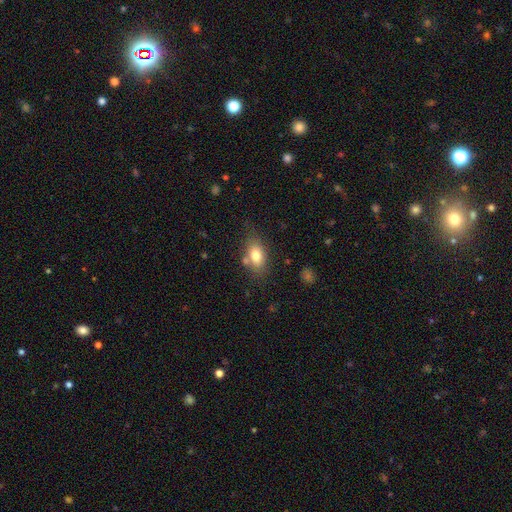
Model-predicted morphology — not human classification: A smooth galaxy with no disk features (77%) that is in between round and cigar-shaped (84%).

Vote fractions:
- Smooth or featured? smooth: 77% / featured or disk: 14% / star or artifact: 8%
- How rounded? in between: 84% / round: 13% / cigar-shaped: 3%
- Merging? none: 66% / minor disturbance: 18% / merger: 11% / major disturbance: 5%